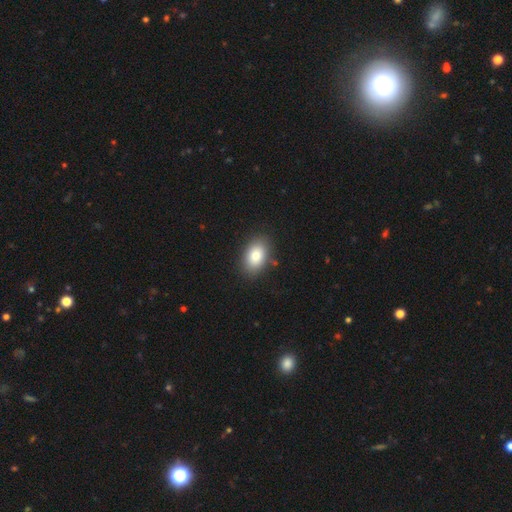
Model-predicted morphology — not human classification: This is clearly a smooth galaxy (83%). How rounded: clearly in between (88%). Merging: clearly none (86%).